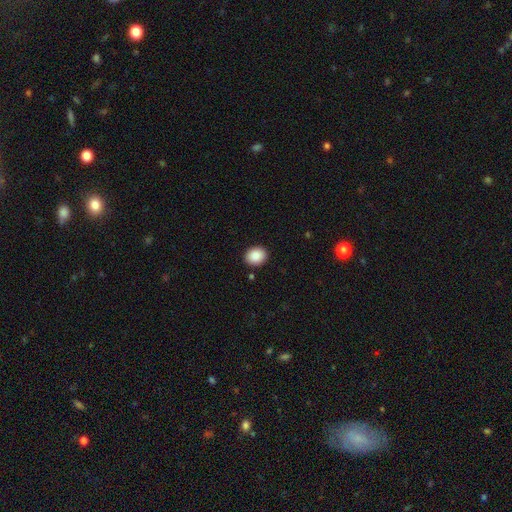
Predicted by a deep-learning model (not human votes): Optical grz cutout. It shows a smooth galaxy with no disk features (88%) that is round (54%). Merging: none (90%).